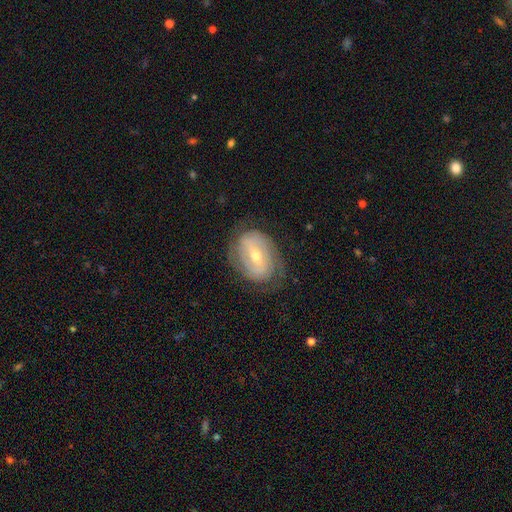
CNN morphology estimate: Overall: featured or disk (78%). Edge-on disk: no (96%). Bar: weak (46%; strong 31%). Spiral arms: yes (87%). Spiral arm count: 2 (55%; can't tell 28%). Spiral winding: tight (61%; medium 29%). Bulge size: moderate (60%; small 36%). Merging: none (73%).